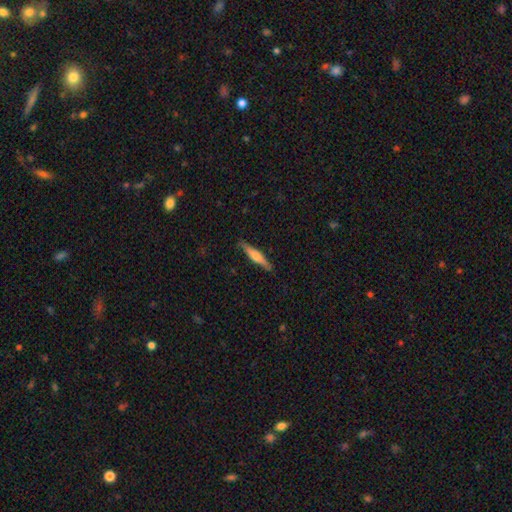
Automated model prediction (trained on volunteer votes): smooth-or-featured: featured or disk: 50% | smooth: 45% | star or artifact: 6%
  merging: none: 89% | minor disturbance: 8% | major disturbance: 2% | merger: 1%